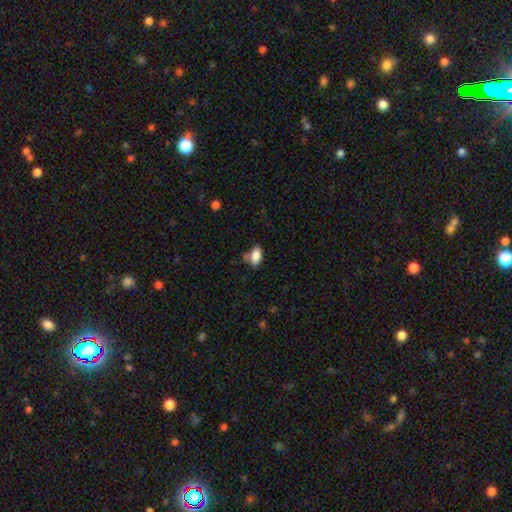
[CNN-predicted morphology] Smooth or featured? smooth (85%)
How rounded? in between (91%)
Merging? none (58%)